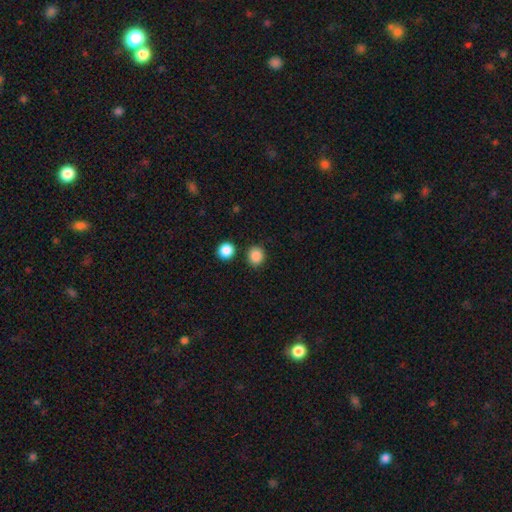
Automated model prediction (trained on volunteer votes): This is clearly a smooth galaxy (87%). How rounded: clearly round (82%). Merging: clearly none (86%).